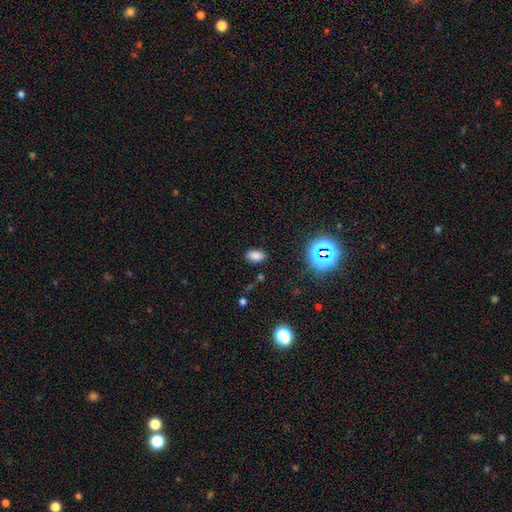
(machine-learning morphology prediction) A smooth galaxy with no disk features (77%) that is in between round and cigar-shaped (90%).

Vote fractions:
- Smooth or featured? smooth: 77% / star or artifact: 17% / featured or disk: 6%
- How rounded? in between: 90% / round: 8% / cigar-shaped: 2%
- Merging? none: 85% / minor disturbance: 10% / major disturbance: 3% / merger: 2%